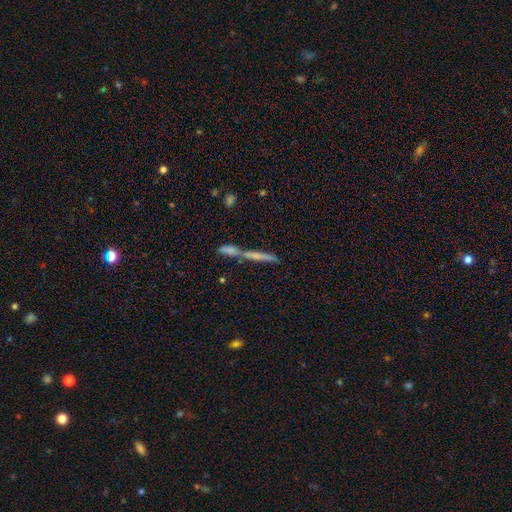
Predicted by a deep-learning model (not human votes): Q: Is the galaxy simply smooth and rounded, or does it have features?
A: smooth — 46%.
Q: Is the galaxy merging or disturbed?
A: none — 44%.